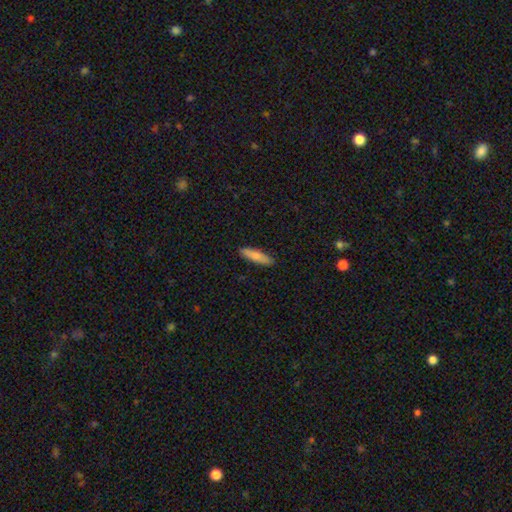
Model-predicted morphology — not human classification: Overall: smooth (78%). How rounded: cigar-shaped (67%; in between 31%). Merging: none (88%).